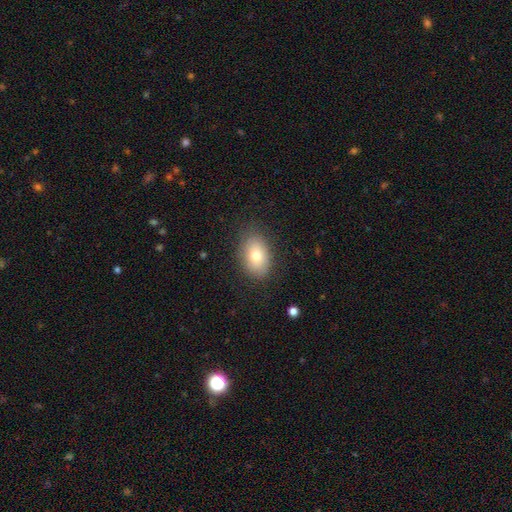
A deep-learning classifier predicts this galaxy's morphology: Smooth or featured?
  - smooth: 77% *
  - featured or disk: 15%
  - star or artifact: 9%
How rounded?
  - in between: 84% *
  - round: 14%
  - cigar-shaped: 1%
Merging?
  - none: 83% *
  - minor disturbance: 13%
  - major disturbance: 4%
  - merger: 1%